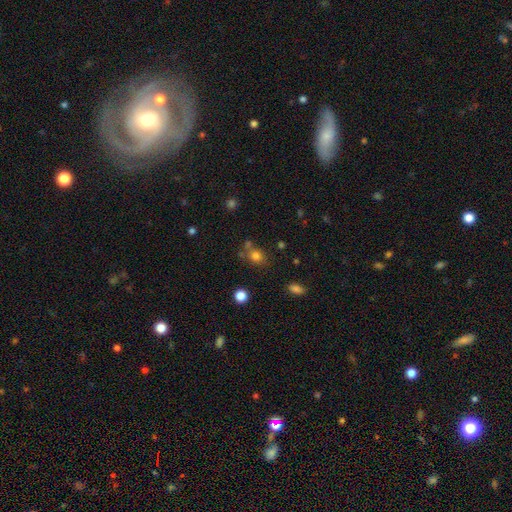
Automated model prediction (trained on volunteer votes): Overall: smooth (77%). How rounded: round (64%; in between 35%). Merging: none (62%).